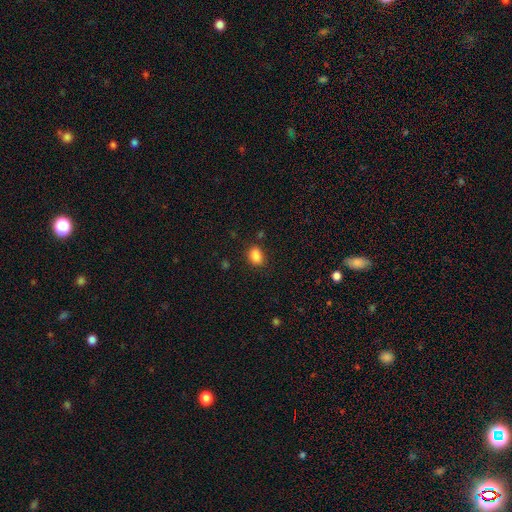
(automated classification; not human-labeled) Smooth or featured?
  - smooth: 86% *
  - star or artifact: 10%
  - featured or disk: 4%
How rounded?
  - in between: 78% *
  - round: 21%
  - cigar-shaped: 2%
Merging?
  - none: 80% *
  - minor disturbance: 14%
  - major disturbance: 4%
  - merger: 3%